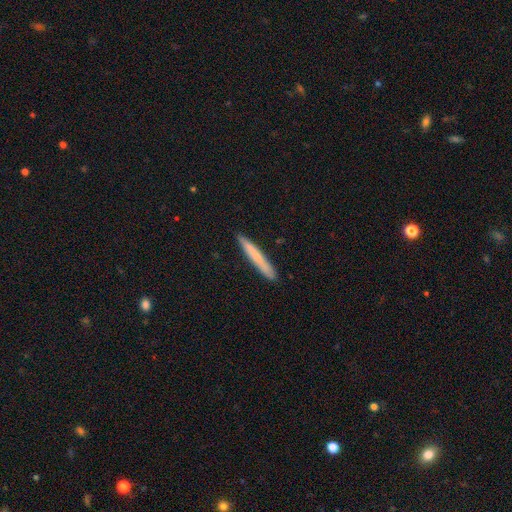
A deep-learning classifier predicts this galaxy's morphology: A smooth galaxy with no disk features (71%) that is cigar-shaped (96%).

Vote fractions:
- Smooth or featured? smooth: 71% / featured or disk: 23% / star or artifact: 6%
- How rounded? cigar-shaped: 96% / in between: 3% / round: 1%
- Merging? none: 90% / minor disturbance: 7% / major disturbance: 1% / merger: 1%